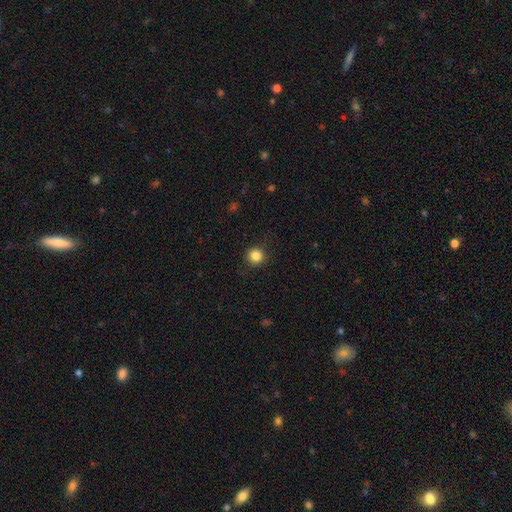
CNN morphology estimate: type=smooth (85%); roundness=round (93%); merging=none (90%).